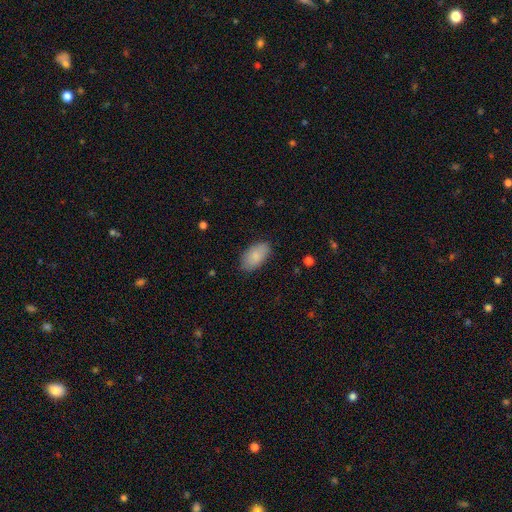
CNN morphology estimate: Smooth or featured?
  - smooth: 86% *
  - featured or disk: 7%
  - star or artifact: 6%
How rounded?
  - in between: 94% *
  - round: 3%
  - cigar-shaped: 2%
Merging?
  - none: 85% *
  - minor disturbance: 12%
  - major disturbance: 3%
  - merger: 1%